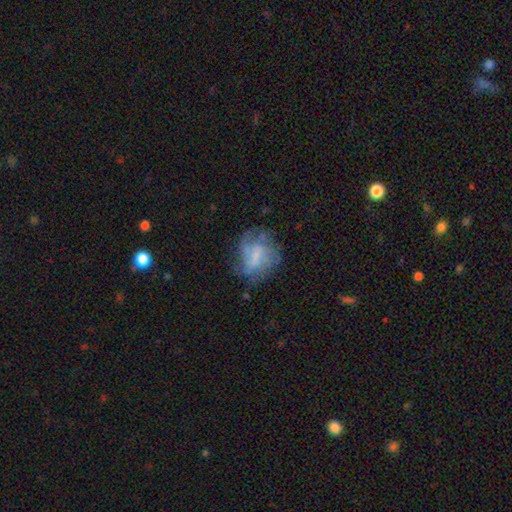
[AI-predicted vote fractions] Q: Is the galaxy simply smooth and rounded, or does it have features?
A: featured or disk — 58%.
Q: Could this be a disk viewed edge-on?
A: no — 97%.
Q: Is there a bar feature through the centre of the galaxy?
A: weak — 47%.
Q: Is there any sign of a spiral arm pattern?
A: yes — 67%.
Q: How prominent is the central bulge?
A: none — 42%.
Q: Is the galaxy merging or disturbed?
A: none — 52%.